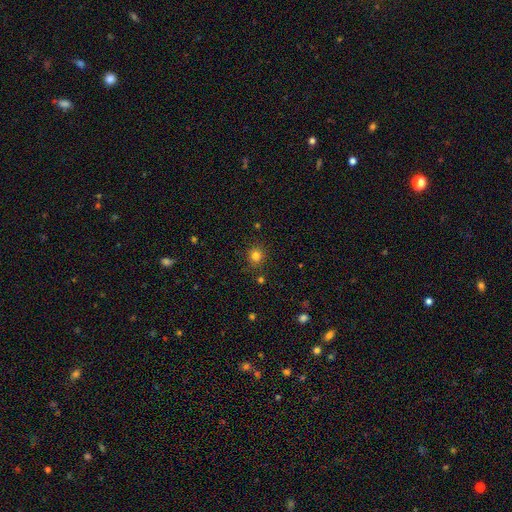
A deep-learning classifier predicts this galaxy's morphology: Q: Smooth or featured?
A: smooth (80%); runner-up: star or artifact (14%)
Q: How rounded?
A: round (89%); runner-up: in between (10%)
Q: Merging?
A: none (87%); runner-up: minor disturbance (8%)